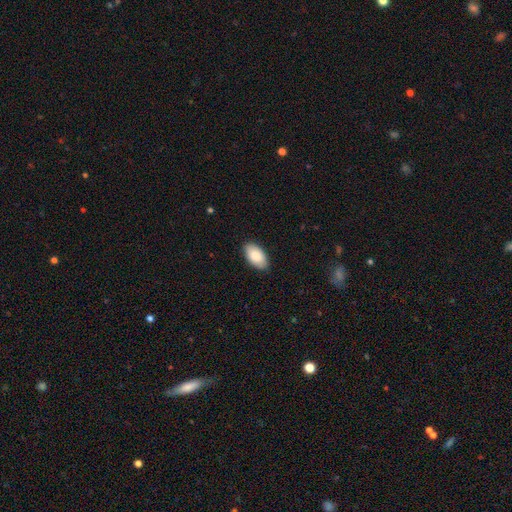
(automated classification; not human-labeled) smooth-or-featured: smooth: 84% | featured or disk: 10% | star or artifact: 6%
  how-rounded: in between: 95% | round: 3% | cigar-shaped: 2%
  merging: none: 88% | minor disturbance: 9% | major disturbance: 2% | merger: 1%